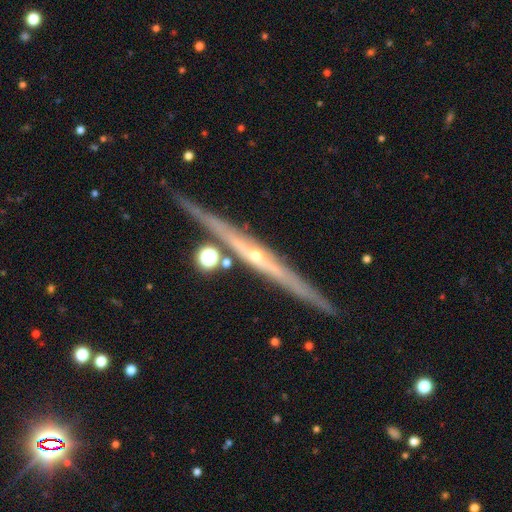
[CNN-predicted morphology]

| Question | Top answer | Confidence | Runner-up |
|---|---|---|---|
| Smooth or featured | featured or disk | 82% | smooth (10%) |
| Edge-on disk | yes | 97% | no (3%) |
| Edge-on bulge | rounded | 60% | none (36%) |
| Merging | none | 86% | minor disturbance (8%) |